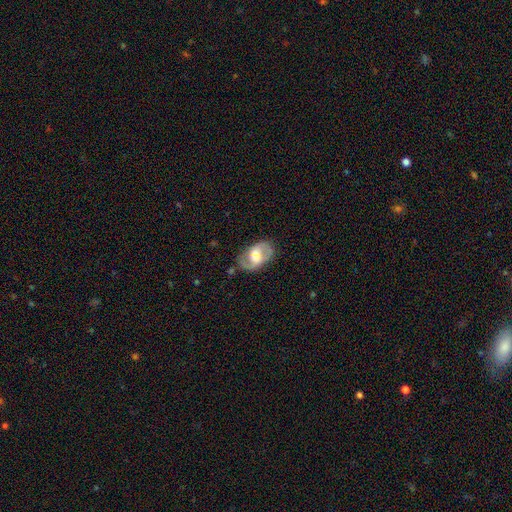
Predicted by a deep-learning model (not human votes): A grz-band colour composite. It shows a featured or disk galaxy (66%) with a weak bar (44%), spiral arms (71%) and a moderate central bulge (52%). Merging: none (74%).